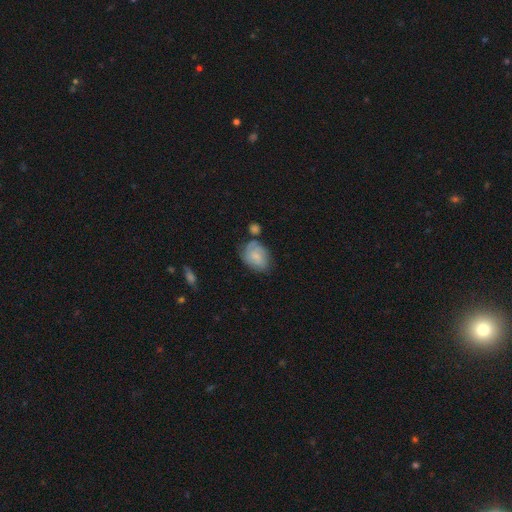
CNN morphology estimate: This appears to be a smooth galaxy with no disk features (52%) that is in between round and cigar-shaped (72%). Merging: none (54%).